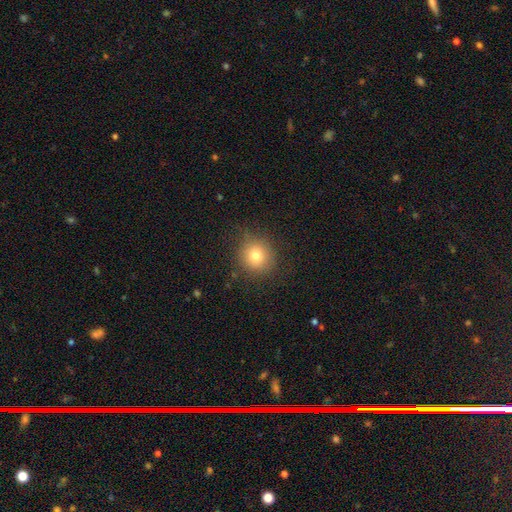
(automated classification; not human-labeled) Overall: smooth (77%). How rounded: round (89%). Merging: none (82%).